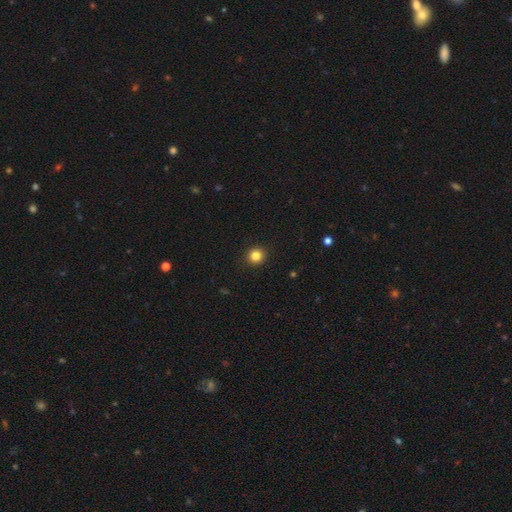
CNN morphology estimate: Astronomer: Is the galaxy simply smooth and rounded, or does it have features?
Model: smooth — 83%.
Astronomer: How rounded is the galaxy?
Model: round — 89%.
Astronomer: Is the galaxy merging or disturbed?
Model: none — 93%.